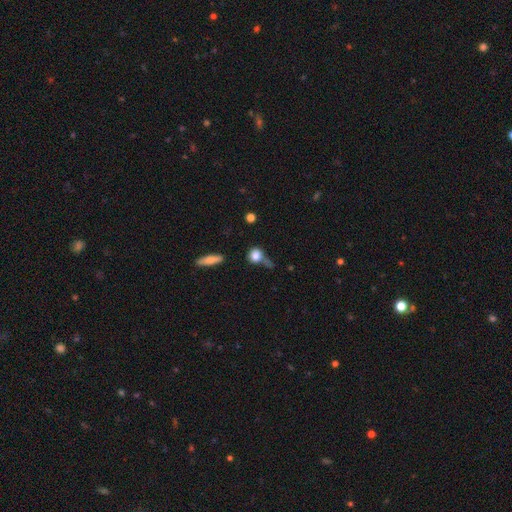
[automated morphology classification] Smooth or featured?
  - smooth: 81% *
  - star or artifact: 10%
  - featured or disk: 10%
How rounded?
  - round: 74% *
  - in between: 22%
  - cigar-shaped: 4%
Merging?
  - none: 47% *
  - minor disturbance: 22%
  - merger: 17%
  - major disturbance: 14%